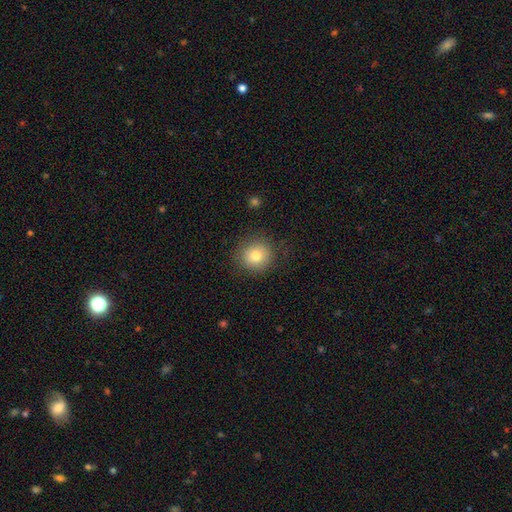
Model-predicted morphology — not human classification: This appears to be a smooth galaxy with no disk features (79%) that is round (90%). Merging: none (84%).